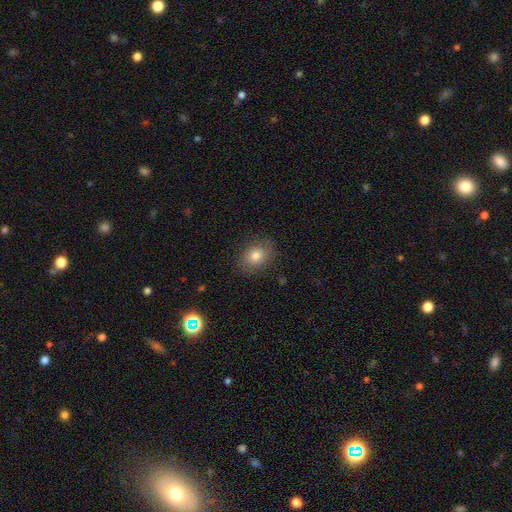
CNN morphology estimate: smooth 80%, star or artifact 10%, featured or disk 10%. Down the decision tree: how rounded — in between (60%); merging — none (85%).